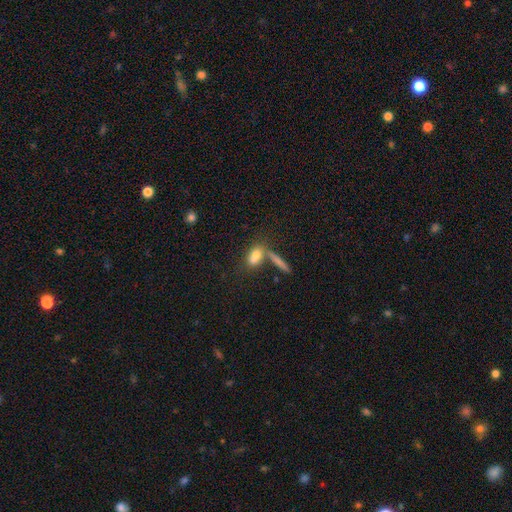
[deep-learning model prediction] This is likely a smooth galaxy (73%). How rounded: likely in between (66%). Merging: possibly none (46%).